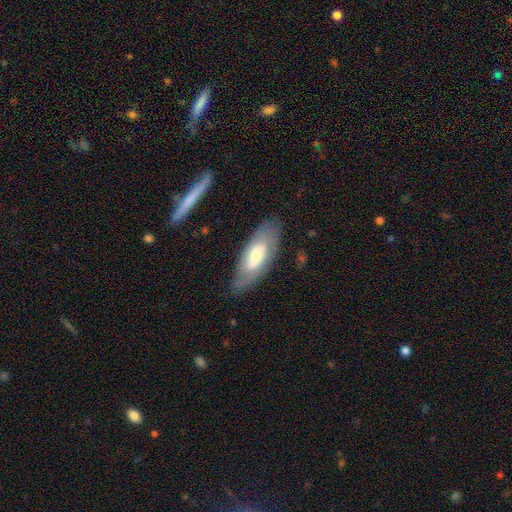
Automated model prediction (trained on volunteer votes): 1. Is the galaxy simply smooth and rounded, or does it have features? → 49% smooth, 45% featured or disk, 6% star or artifact.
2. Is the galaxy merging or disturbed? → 76% none, 17% minor disturbance, 5% major disturbance, 2% merger.